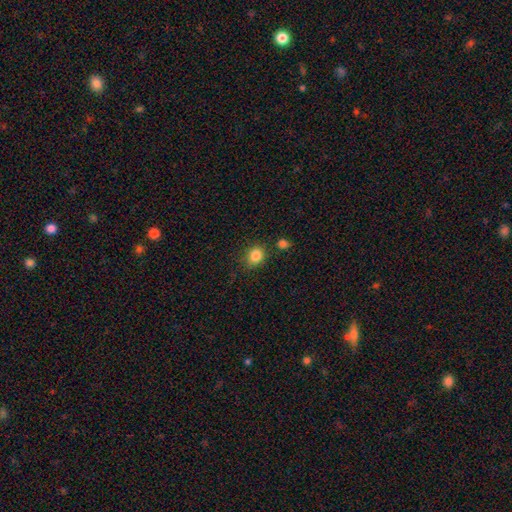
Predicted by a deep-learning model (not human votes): Q: Smooth or featured?
A: smooth (85%); runner-up: star or artifact (11%)
Q: How rounded?
A: round (67%); runner-up: in between (32%)
Q: Merging?
A: none (79%); runner-up: minor disturbance (12%)